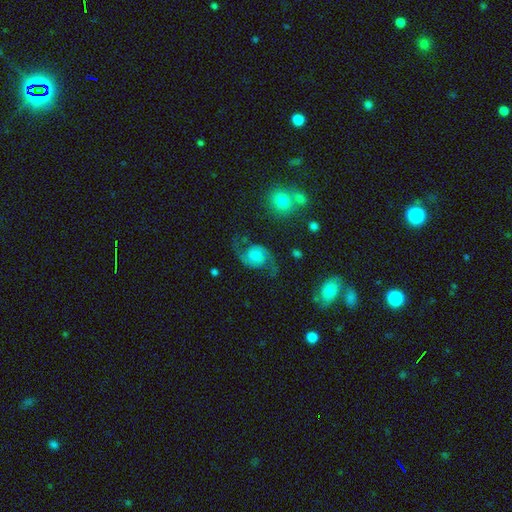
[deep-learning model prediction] Overall: featured or disk (84%). Edge-on disk: no (98%). Bar: no (69%). Spiral arms: yes (97%). Spiral arm count: 2 (94%). Spiral winding: loose (58%; medium 35%). Bulge size: none (26%; moderate 24%). Merging: none (72%).